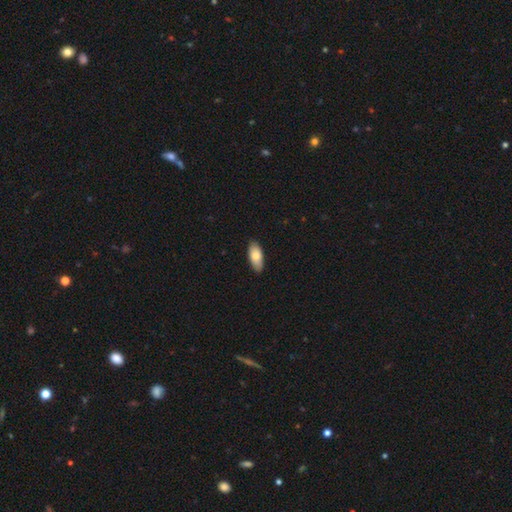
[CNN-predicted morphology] A smooth galaxy with no disk features (78%) that is in between round and cigar-shaped (87%). Merging: none (87%).